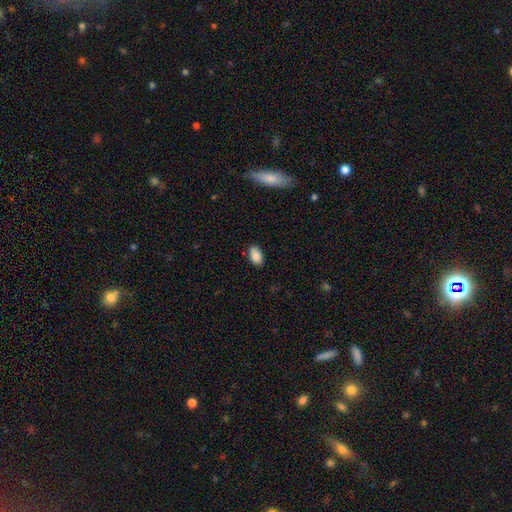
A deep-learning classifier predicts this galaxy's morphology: Smooth or featured? Predicted: smooth (p=0.88). How rounded? Predicted: in between (p=0.93). Merging? Predicted: none (p=0.82).